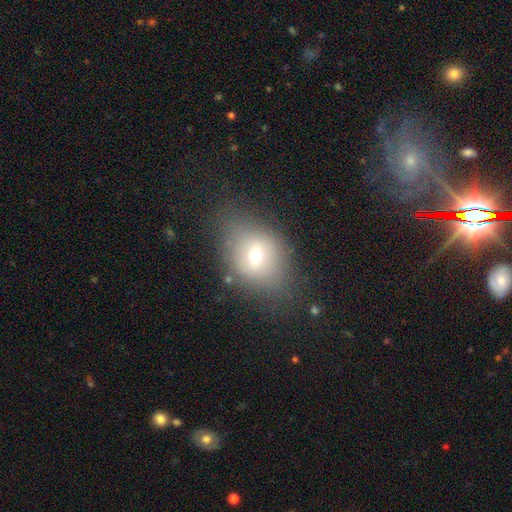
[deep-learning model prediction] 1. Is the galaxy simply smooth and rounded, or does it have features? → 59% smooth, 26% featured or disk, 15% star or artifact.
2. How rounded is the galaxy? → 59% in between, 40% round, 2% cigar-shaped.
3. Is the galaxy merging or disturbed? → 69% none, 20% minor disturbance, 9% major disturbance, 2% merger.